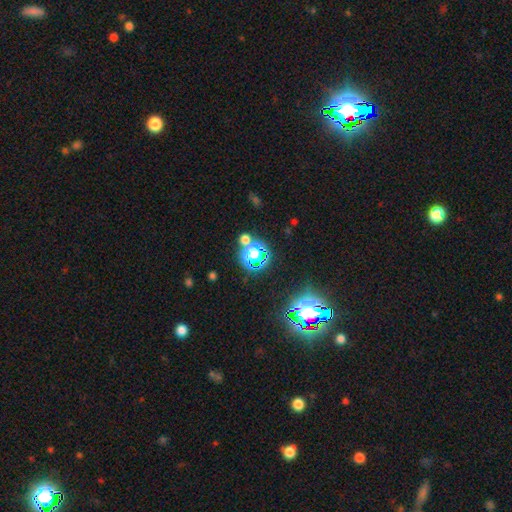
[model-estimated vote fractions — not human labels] Smooth or featured? star or artifact (57%)